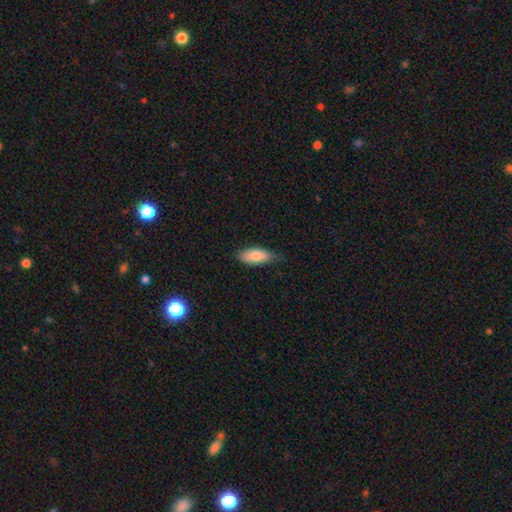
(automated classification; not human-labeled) Overall: smooth (80%). How rounded: in between (80%). Merging: none (62%; minor disturbance 32%).